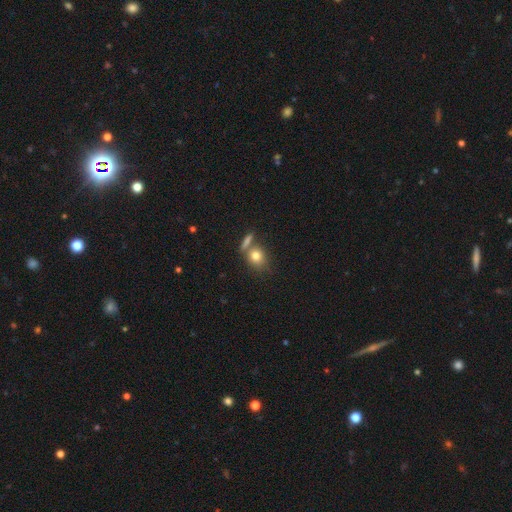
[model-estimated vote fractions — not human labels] Smooth or featured?
  - smooth: 78% *
  - featured or disk: 12%
  - star or artifact: 10%
How rounded?
  - round: 67% *
  - in between: 30%
  - cigar-shaped: 3%
Merging?
  - none: 56% *
  - merger: 26%
  - minor disturbance: 12%
  - major disturbance: 5%